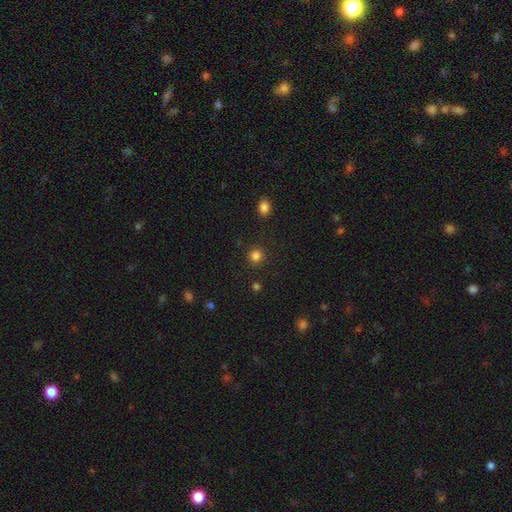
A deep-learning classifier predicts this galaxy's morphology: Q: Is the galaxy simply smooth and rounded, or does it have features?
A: smooth — 83%.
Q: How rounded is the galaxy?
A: round — 91%.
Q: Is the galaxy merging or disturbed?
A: none — 89%.